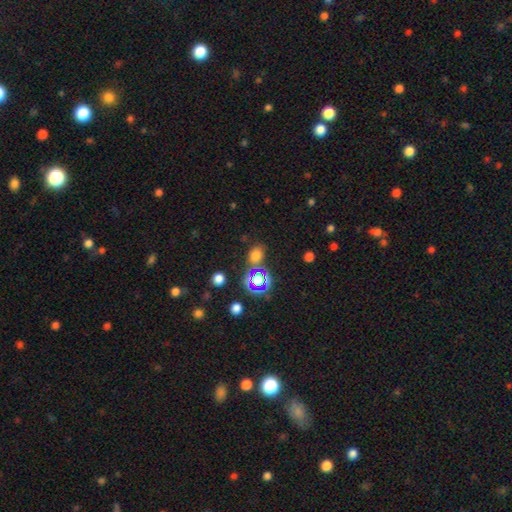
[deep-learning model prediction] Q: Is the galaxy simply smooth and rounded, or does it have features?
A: smooth — 65%.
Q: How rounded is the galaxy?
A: in between — 51%.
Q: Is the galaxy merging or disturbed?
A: none — 75%.